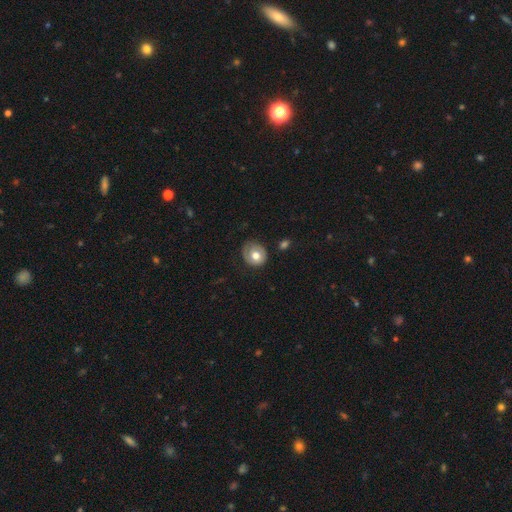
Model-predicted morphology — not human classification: Smooth or featured? Predicted: smooth (p=0.66). How rounded? Predicted: round (p=0.79). Merging? Predicted: none (p=0.69).